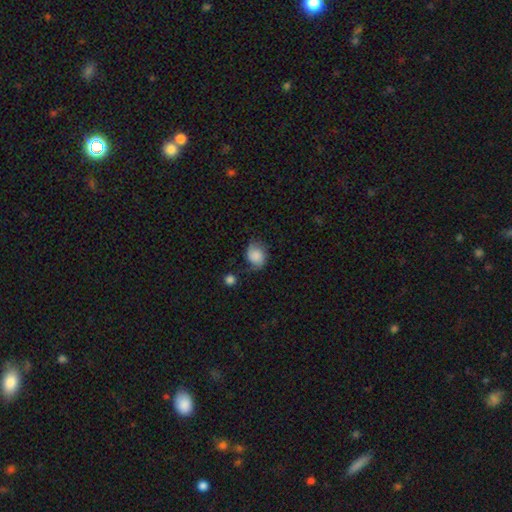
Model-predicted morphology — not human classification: Smooth or featured? smooth (68%)
How rounded? round (56%)
Merging? none (58%)